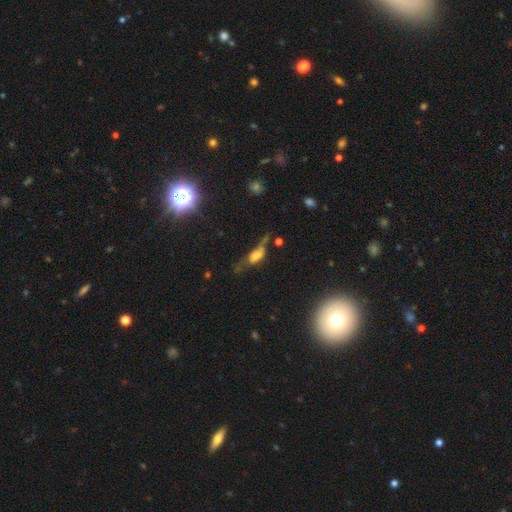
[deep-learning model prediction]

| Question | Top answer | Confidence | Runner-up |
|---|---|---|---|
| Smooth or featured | smooth | 48% | featured or disk (37%) |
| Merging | major disturbance | 37% | none (27%) |